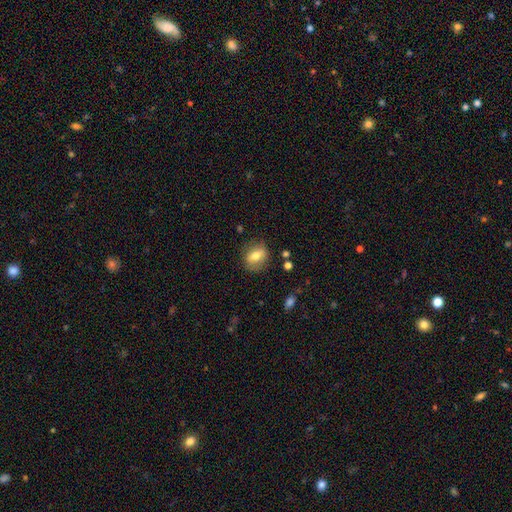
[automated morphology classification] smooth 67%, featured or disk 25%, star or artifact 8%. Down the decision tree: how rounded — in between (57%); merging — none (80%).